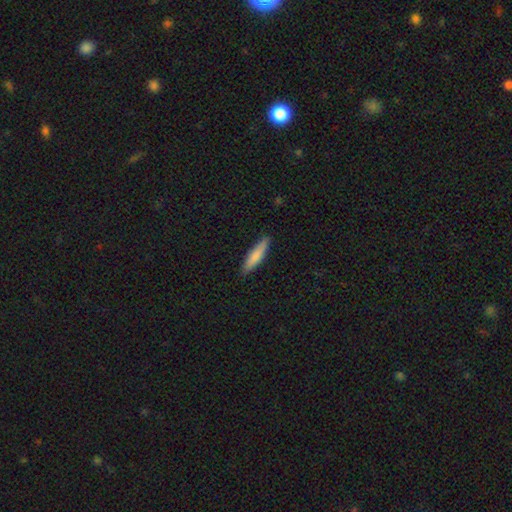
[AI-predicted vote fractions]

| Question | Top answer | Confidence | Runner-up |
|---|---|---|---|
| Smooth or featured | smooth | 78% | featured or disk (16%) |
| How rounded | cigar-shaped | 83% | in between (16%) |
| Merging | none | 89% | minor disturbance (9%) |